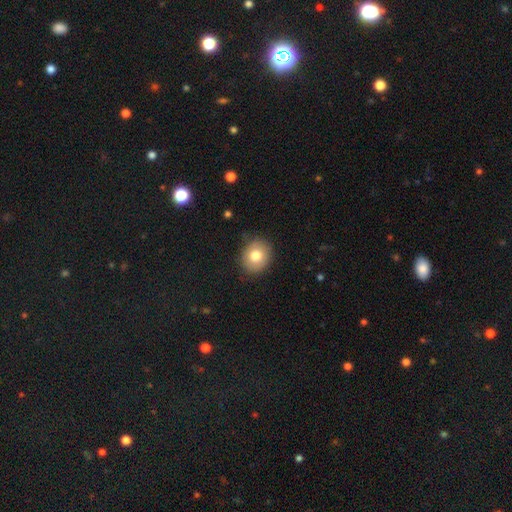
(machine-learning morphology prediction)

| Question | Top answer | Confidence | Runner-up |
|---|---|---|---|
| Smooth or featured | smooth | 78% | featured or disk (13%) |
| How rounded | round | 68% | in between (31%) |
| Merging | none | 85% | minor disturbance (11%) |